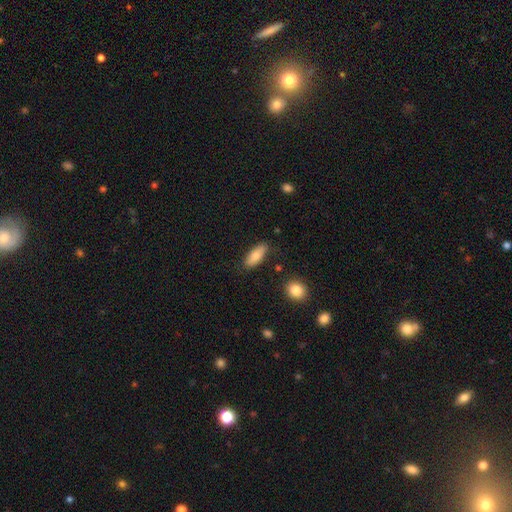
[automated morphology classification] type=smooth (80%); roundness=in between (72%); merging=none (82%).